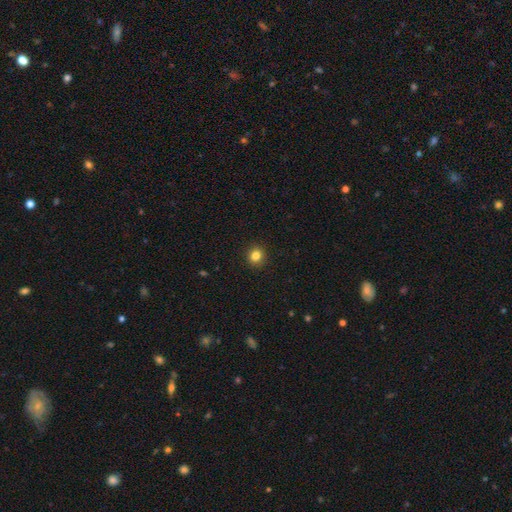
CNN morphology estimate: smooth_or_featured: smooth (p=0.83) [alt: star or artifact p=0.12]
how_rounded: round (p=0.87) [alt: in between p=0.12]
merging: none (p=0.92) [alt: minor disturbance p=0.05]